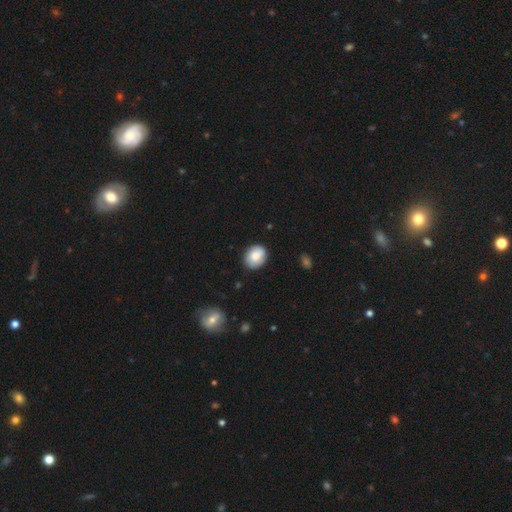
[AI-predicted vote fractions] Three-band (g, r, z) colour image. It shows a smooth galaxy with no disk features (81%) that is round (50%). Merging: none (80%).